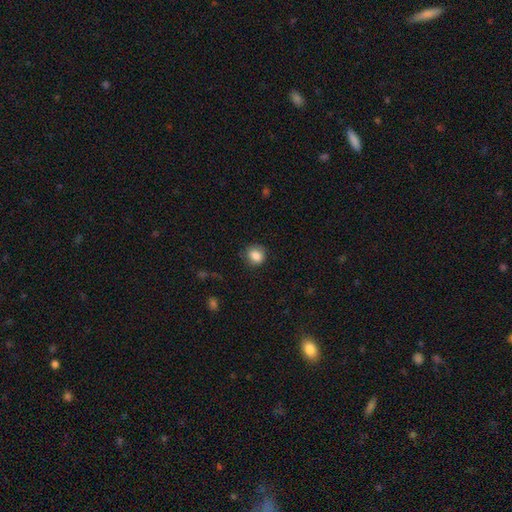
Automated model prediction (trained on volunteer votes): Smooth or featured? smooth (85%)
How rounded? round (75%)
Merging? none (79%)